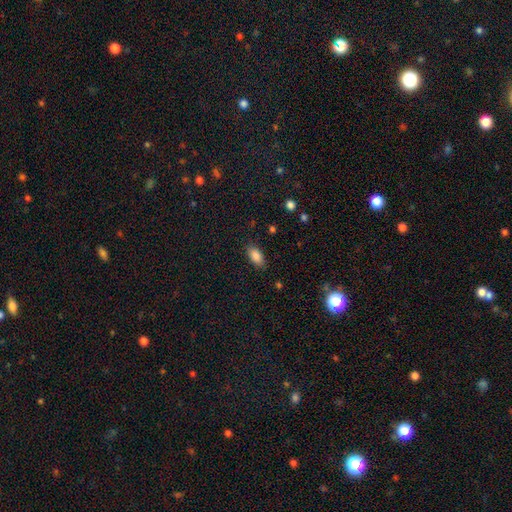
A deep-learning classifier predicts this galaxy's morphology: Smooth or featured? smooth (86%)
How rounded? in between (91%)
Merging? none (86%)